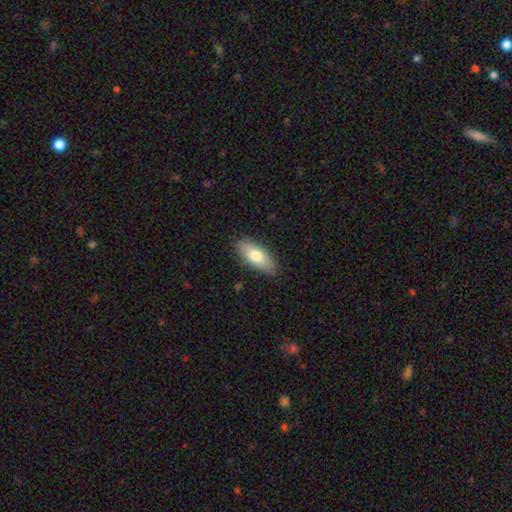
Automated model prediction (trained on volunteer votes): Morphology: type=smooth (75%); roundness=in between (80%); merging=none (84%).